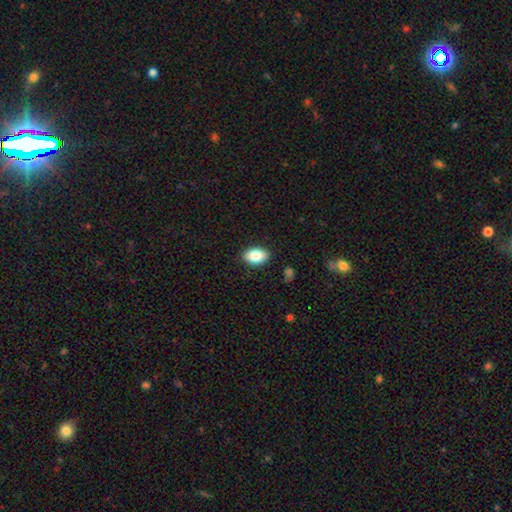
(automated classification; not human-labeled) Smooth or featured? smooth (85%)
How rounded? in between (90%)
Merging? none (88%)